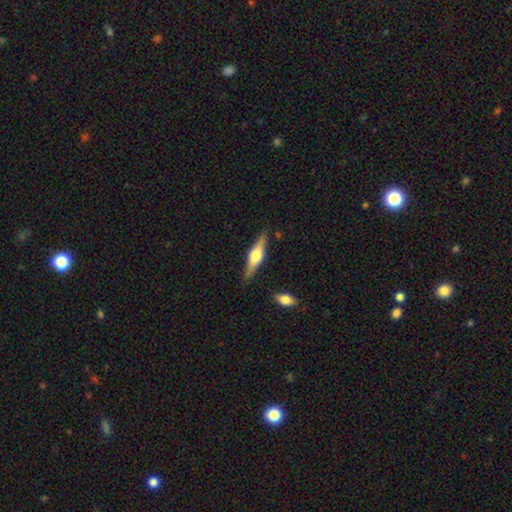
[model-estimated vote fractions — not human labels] Morphology: type=featured or disk (67%); edge-on=yes (97%); edge-on bulge=rounded (90%); merging=none (86%).